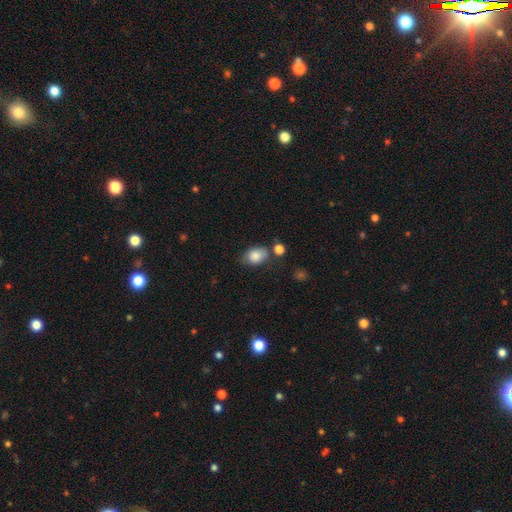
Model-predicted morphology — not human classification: Q: Smooth or featured?
A: smooth (85%); runner-up: star or artifact (8%)
Q: How rounded?
A: in between (78%); runner-up: round (21%)
Q: Merging?
A: none (62%); runner-up: minor disturbance (21%)